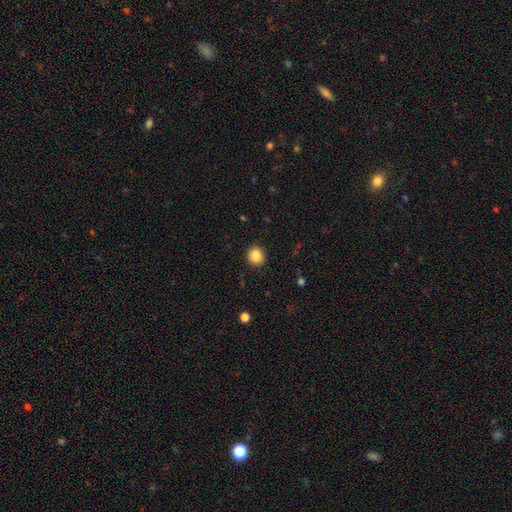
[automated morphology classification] Smooth or featured: smooth — 88% (star or artifact — 9%)
How rounded: round — 82% (in between — 17%)
Merging: none — 91% (minor disturbance — 6%)